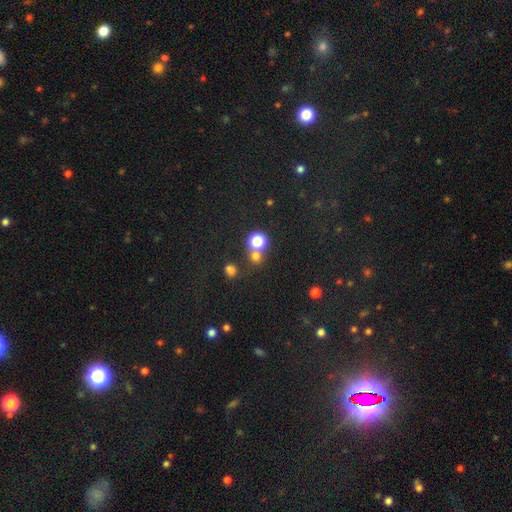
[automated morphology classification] Overall: smooth (71%). How rounded: round (86%). Merging: none (55%; merger 34%).